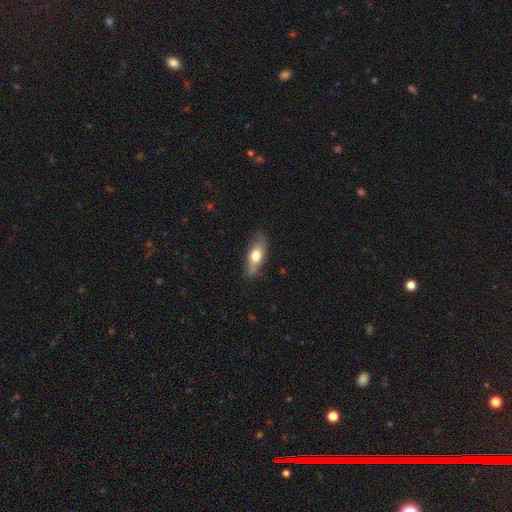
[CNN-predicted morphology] Q: Smooth or featured?
A: smooth (62%); runner-up: featured or disk (32%)
Q: How rounded?
A: in between (61%); runner-up: cigar-shaped (35%)
Q: Merging?
A: none (80%); runner-up: minor disturbance (16%)